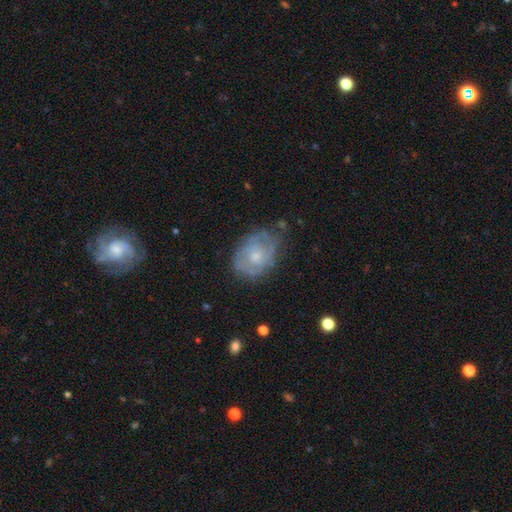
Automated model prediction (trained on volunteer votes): Morphology: type=featured or disk (60%); edge-on=no (97%); bar=no (81%); spiral arms=yes (60%); bulge=small (51%); merging=none (57%).